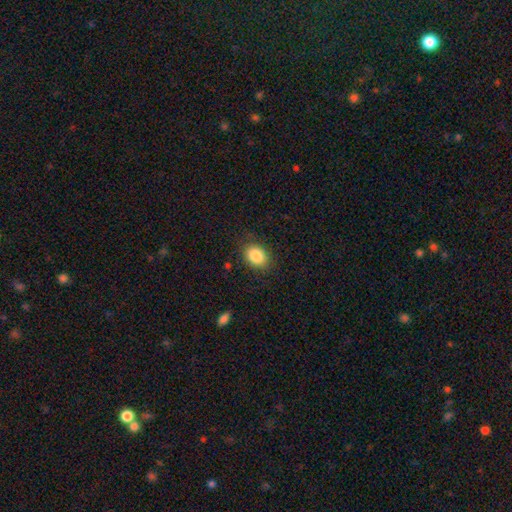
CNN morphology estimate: type=smooth (87%); roundness=in between (63%); merging=none (85%).